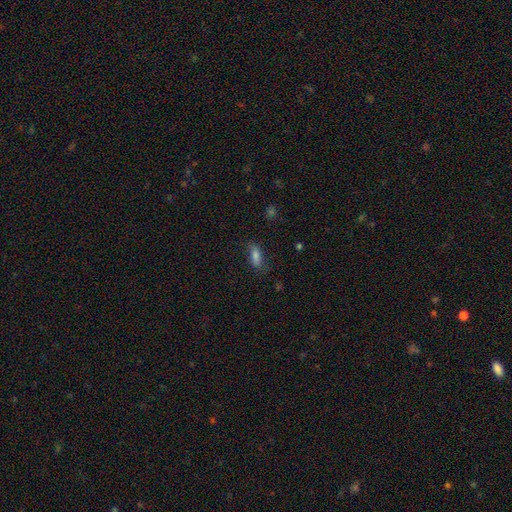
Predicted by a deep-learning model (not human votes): The model was most divided on "how rounded": in between: 71%, cigar-shaped: 26%, round: 3%. More confident: smooth or featured — smooth (77%); merging — none (71%).